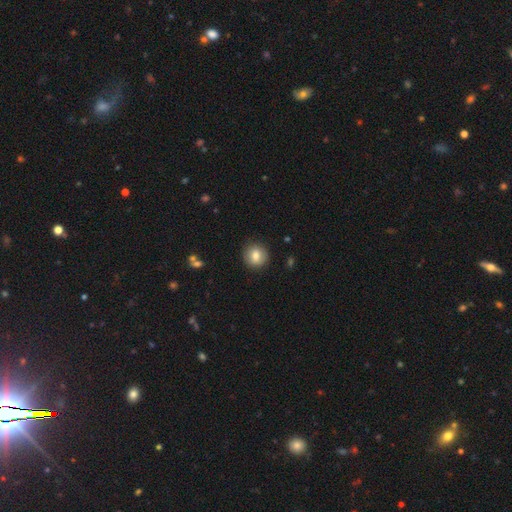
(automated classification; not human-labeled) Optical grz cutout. It shows a smooth galaxy with no disk features (81%) that is round (88%). Merging: none (89%).